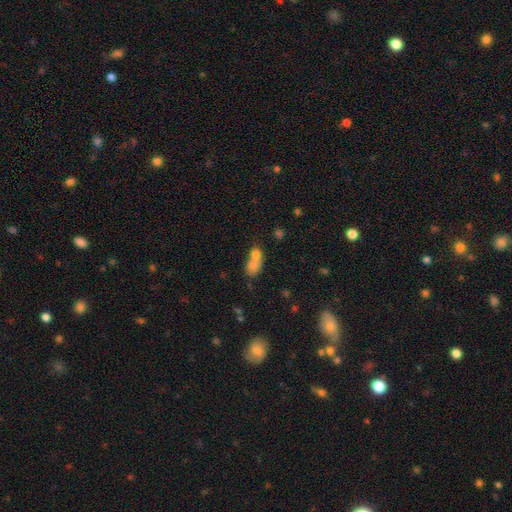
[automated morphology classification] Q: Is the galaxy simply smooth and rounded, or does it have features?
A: smooth — 73%.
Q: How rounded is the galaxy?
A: in between — 58%.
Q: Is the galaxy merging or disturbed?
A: merger — 69%.